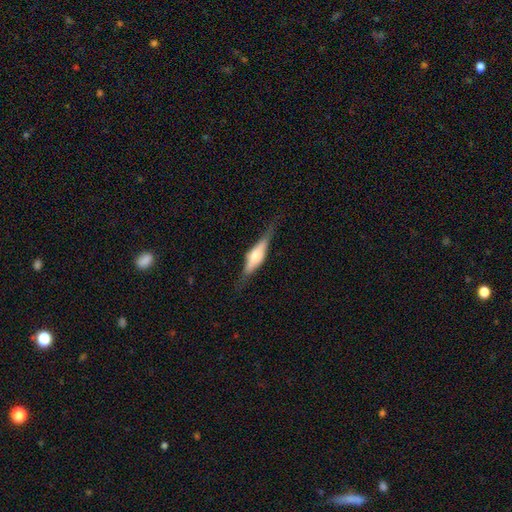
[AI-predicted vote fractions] This is possibly a featured or disk galaxy (59%). It is clearly viewed edge-on (93%). Edge-on bulge: clearly rounded (80%). Merging: likely none (76%).